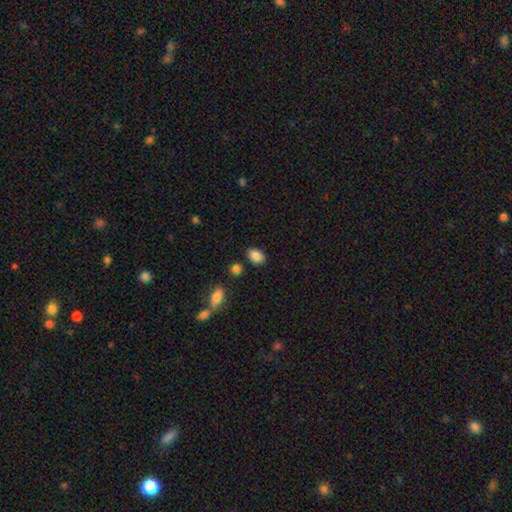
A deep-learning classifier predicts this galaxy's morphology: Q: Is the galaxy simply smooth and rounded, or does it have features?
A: smooth — 86%.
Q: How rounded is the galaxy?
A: in between — 83%.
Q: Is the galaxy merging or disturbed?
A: none — 81%.